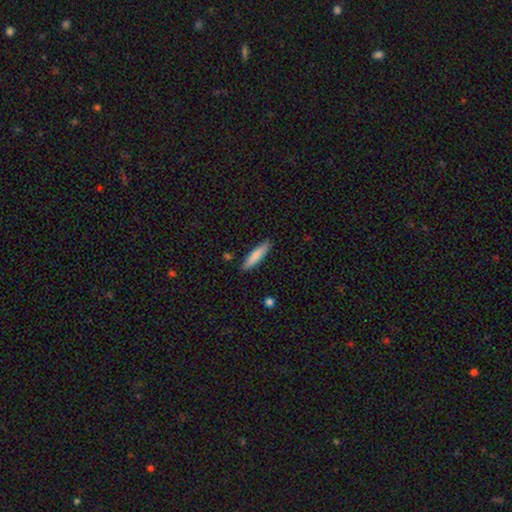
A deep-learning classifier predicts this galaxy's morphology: This is likely a smooth galaxy (79%). How rounded: likely cigar-shaped (79%). Merging: clearly none (88%).